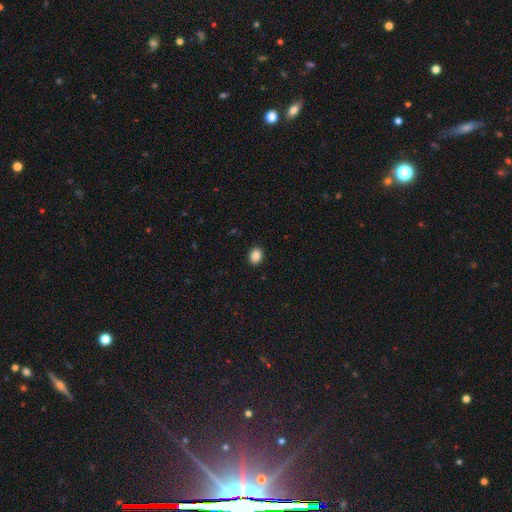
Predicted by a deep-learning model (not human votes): smooth 86%, star or artifact 9%, featured or disk 4%. Down the decision tree: how rounded — in between (58%); merging — none (91%).